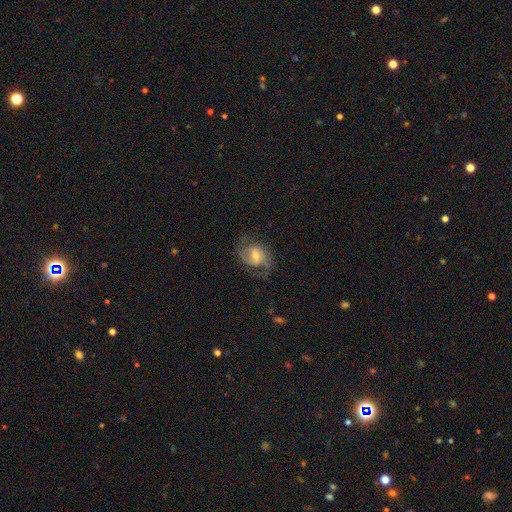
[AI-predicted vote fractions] featured or disk 76%, smooth 17%, star or artifact 7%. Down the decision tree: edge-on disk — no (97%); bar — weak (51%); spiral arms — yes (92%); spiral arm count — 2 (79%); spiral winding — medium (49%); bulge size — moderate (57%); merging — none (65%).